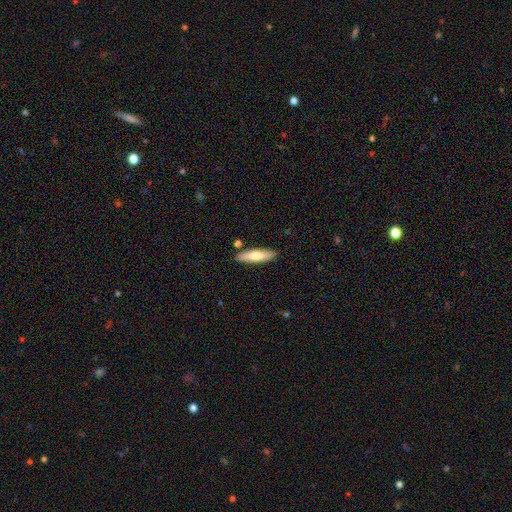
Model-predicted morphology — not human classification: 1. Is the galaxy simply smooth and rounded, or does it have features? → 68% smooth, 27% featured or disk, 5% star or artifact.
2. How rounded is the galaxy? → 70% cigar-shaped, 28% in between, 2% round.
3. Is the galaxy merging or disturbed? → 86% none, 9% minor disturbance, 3% merger, 2% major disturbance.